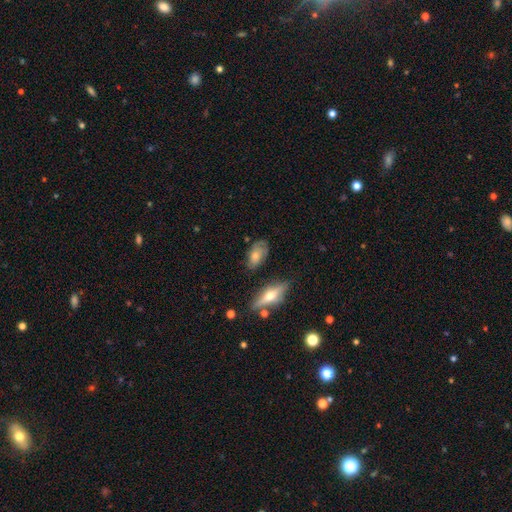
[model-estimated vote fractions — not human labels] smooth_or_featured: smooth (p=0.53) [alt: featured or disk p=0.38]
how_rounded: in between (p=0.86) [alt: cigar-shaped p=0.07]
merging: none (p=0.61) [alt: minor disturbance p=0.26]